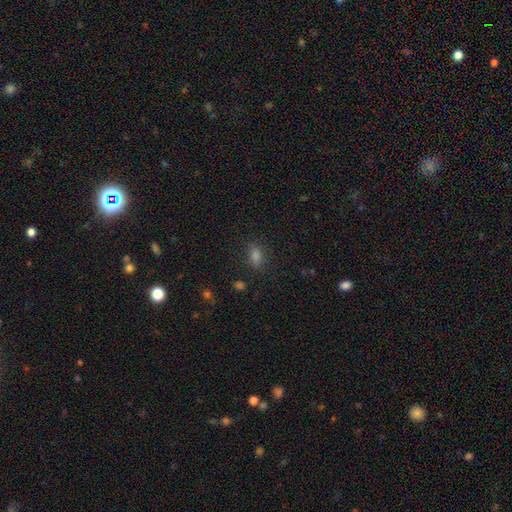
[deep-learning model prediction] smooth_or_featured: smooth (p=0.72) [alt: star or artifact p=0.21]
how_rounded: in between (p=0.78) [alt: round p=0.17]
merging: none (p=0.84) [alt: minor disturbance p=0.11]